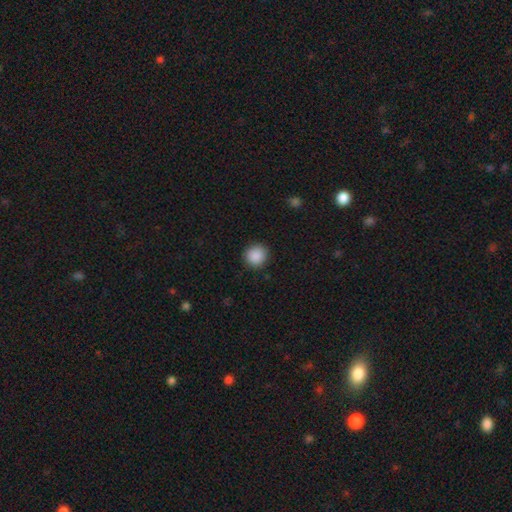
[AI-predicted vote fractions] A smooth galaxy with no disk features (89%) that is round (92%). Merging: none (90%).